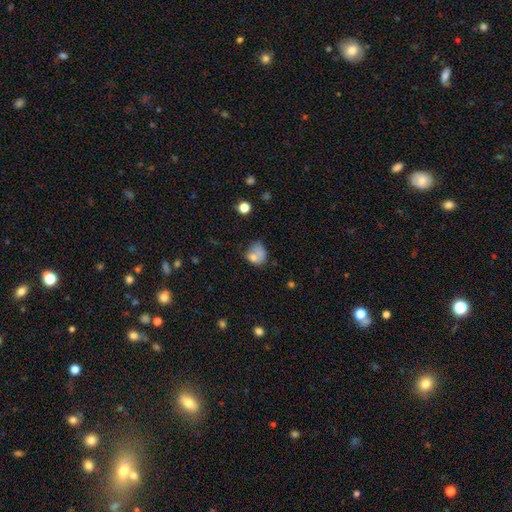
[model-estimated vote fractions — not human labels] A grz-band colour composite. It shows a smooth galaxy with no disk features (72%) that is round (54%). Merging: none (31%).